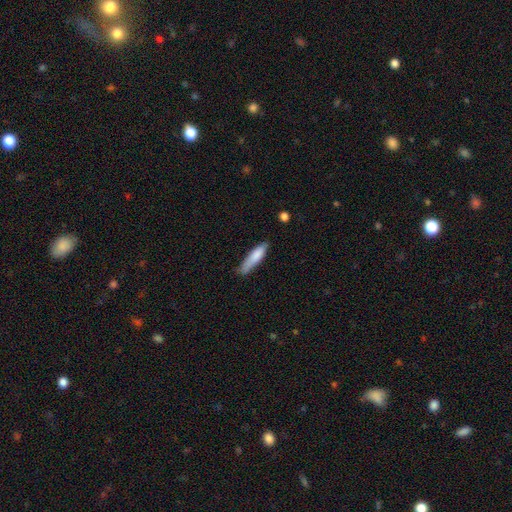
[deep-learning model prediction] A smooth galaxy with no disk features (81%) that is cigar-shaped (74%). Merging: none (61%).